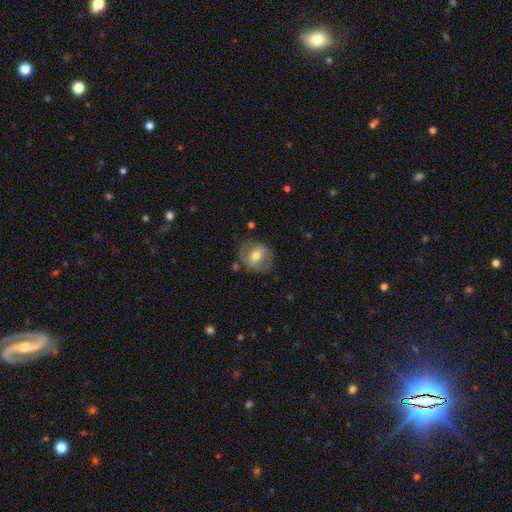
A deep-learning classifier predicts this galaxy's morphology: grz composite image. It shows a smooth galaxy with no disk features (48%). Merging: none (69%).